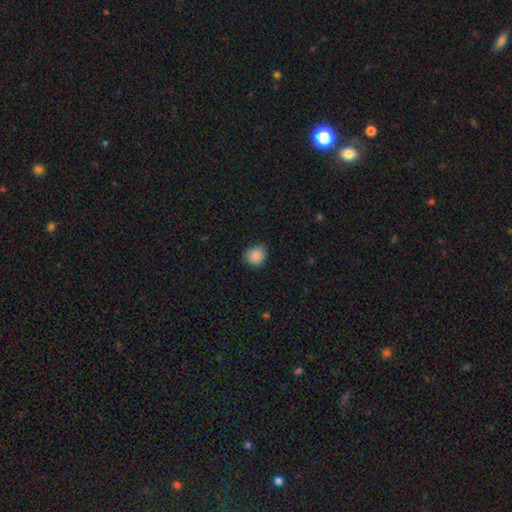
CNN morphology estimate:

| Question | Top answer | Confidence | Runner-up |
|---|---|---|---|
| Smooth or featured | smooth | 87% | star or artifact (9%) |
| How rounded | round | 79% | in between (20%) |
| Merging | none | 78% | minor disturbance (18%) |